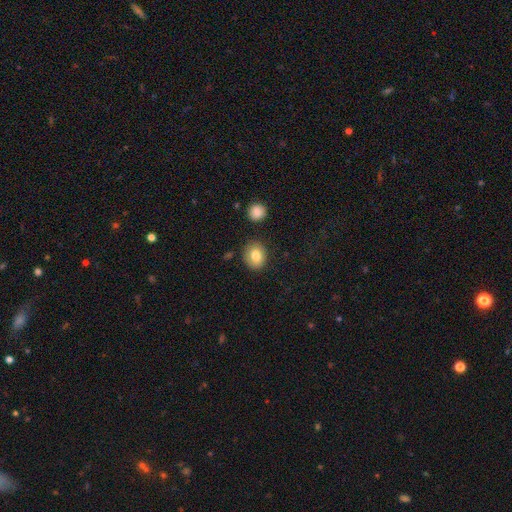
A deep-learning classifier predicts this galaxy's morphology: type=smooth (80%); roundness=round (60%); merging=none (84%).